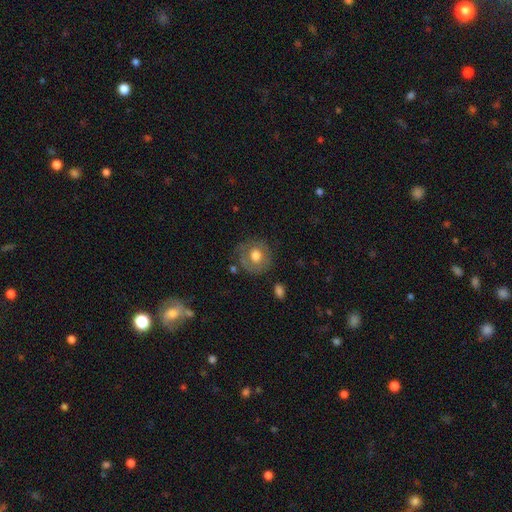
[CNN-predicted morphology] This appears to be a smooth galaxy with no disk features (59%) that is round (85%). Merging: none (73%).